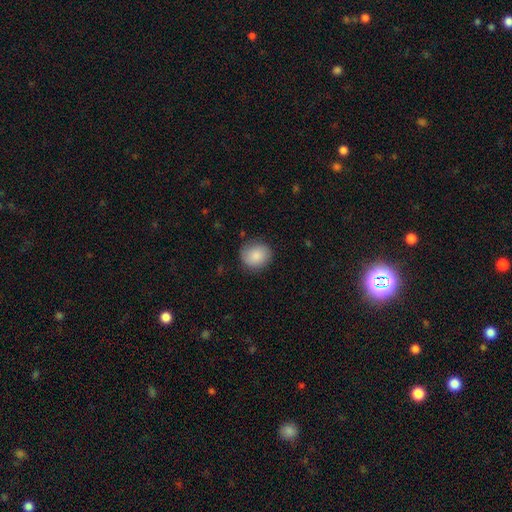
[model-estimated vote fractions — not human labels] A smooth galaxy with no disk features (86%) that is round (76%). Merging: none (82%).